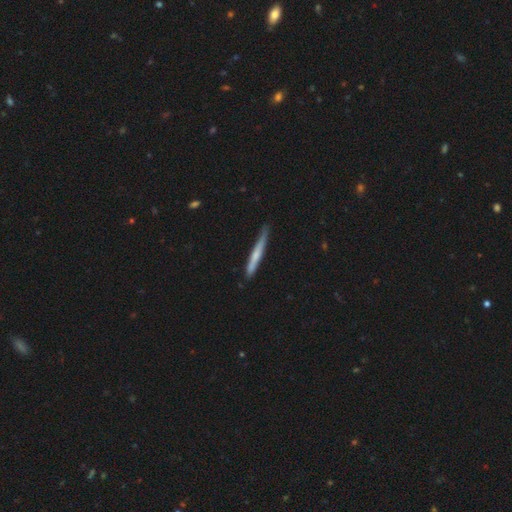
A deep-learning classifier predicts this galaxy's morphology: type=smooth (56%); roundness=cigar-shaped (96%); merging=none (75%).